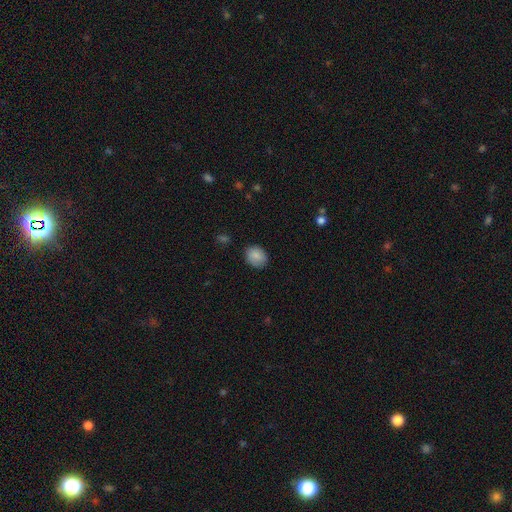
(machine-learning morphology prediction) smooth-or-featured: smooth: 86% | star or artifact: 8% | featured or disk: 6%
  how-rounded: round: 56% | in between: 43% | cigar-shaped: 1%
  merging: none: 83% | minor disturbance: 13% | major disturbance: 3% | merger: 1%